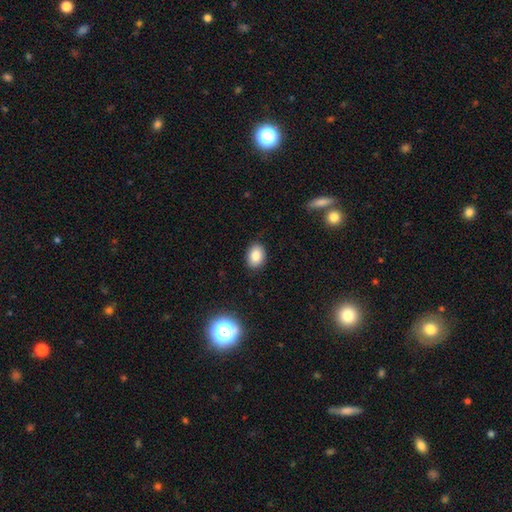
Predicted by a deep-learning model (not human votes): Morphology: type=smooth (85%); roundness=in between (76%); merging=none (86%).